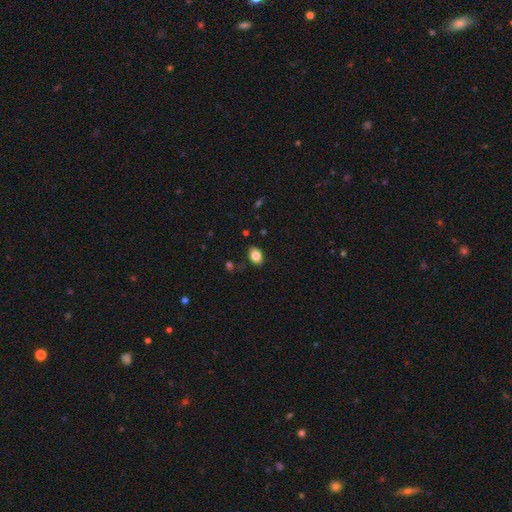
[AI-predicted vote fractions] Smooth or featured? smooth (85%)
How rounded? in between (84%)
Merging? none (85%)